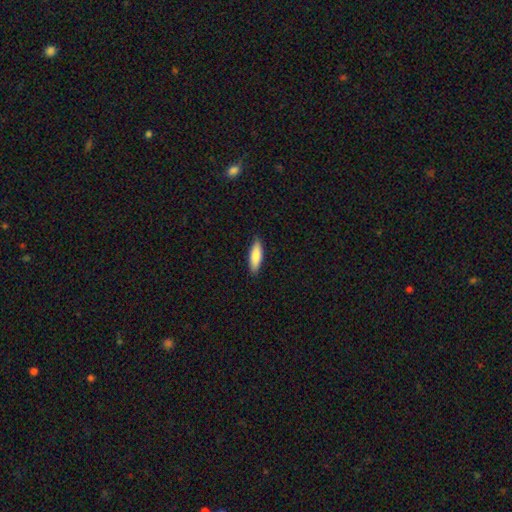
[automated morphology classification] Q: Smooth or featured?
A: smooth (83%); runner-up: featured or disk (12%)
Q: How rounded?
A: cigar-shaped (50%); runner-up: in between (49%)
Q: Merging?
A: none (88%); runner-up: minor disturbance (9%)